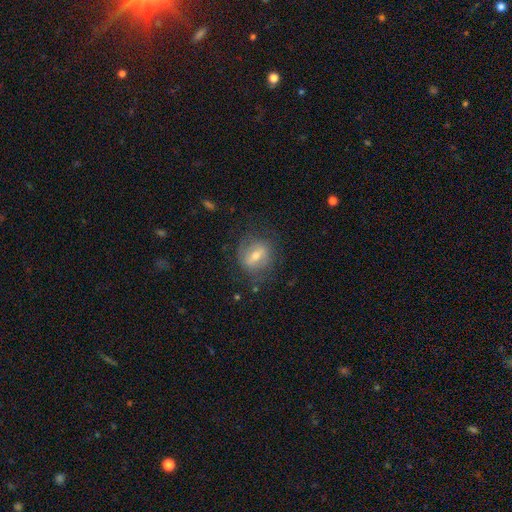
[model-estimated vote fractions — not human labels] Morphology: type=featured or disk (55%); edge-on=no (90%); merging=none (69%).